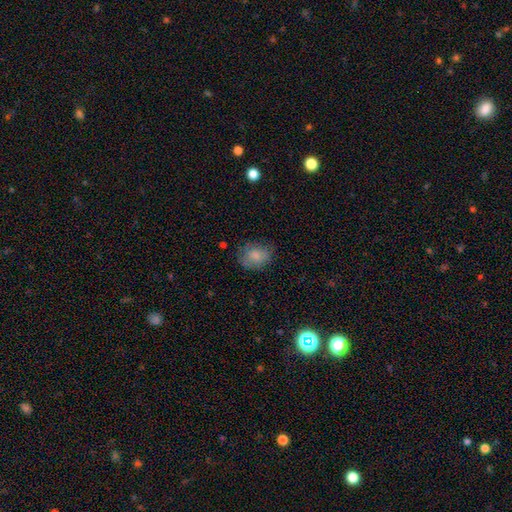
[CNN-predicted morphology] A smooth galaxy with no disk features (81%) that is in between round and cigar-shaped (53%).

Vote fractions:
- Smooth or featured? smooth: 81% / featured or disk: 12% / star or artifact: 8%
- How rounded? in between: 53% / round: 46% / cigar-shaped: 1%
- Merging? none: 72% / minor disturbance: 21% / major disturbance: 6% / merger: 1%